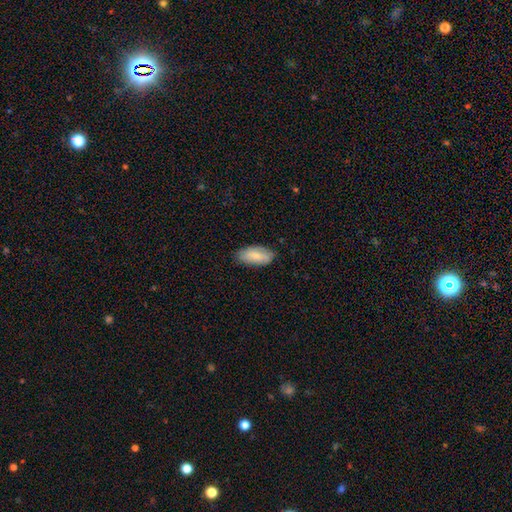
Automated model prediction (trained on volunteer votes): A smooth galaxy with no disk features (78%) that is in between round and cigar-shaped (91%).

Vote fractions:
- Smooth or featured? smooth: 78% / featured or disk: 16% / star or artifact: 6%
- How rounded? in between: 91% / cigar-shaped: 7% / round: 2%
- Merging? none: 78% / minor disturbance: 18% / major disturbance: 3% / merger: 1%